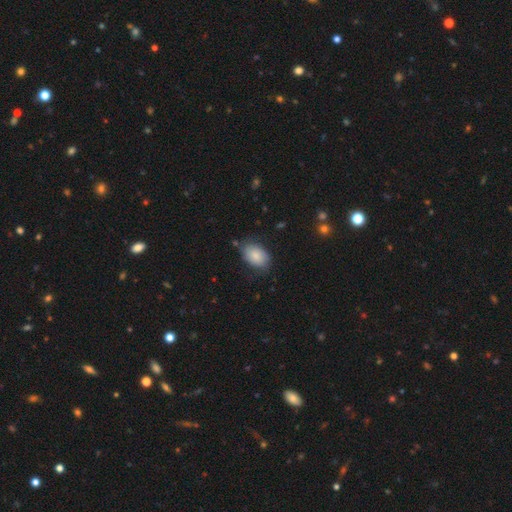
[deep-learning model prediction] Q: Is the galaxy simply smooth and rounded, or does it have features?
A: smooth — 82%.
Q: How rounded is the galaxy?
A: in between — 86%.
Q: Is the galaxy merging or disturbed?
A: none — 71%.